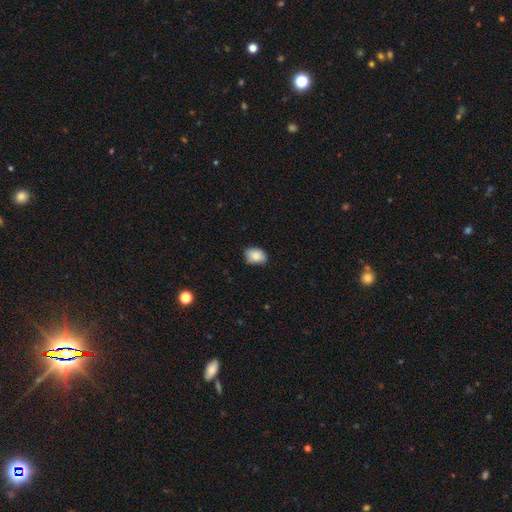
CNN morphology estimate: Smooth or featured? smooth (86%)
How rounded? in between (74%)
Merging? none (79%)